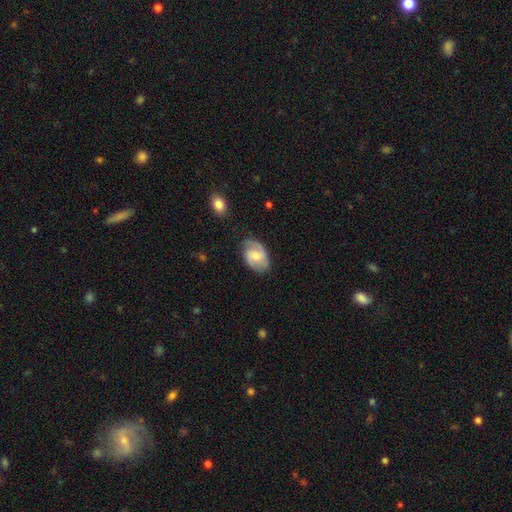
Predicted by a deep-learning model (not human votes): Smooth or featured: featured or disk — 62% (smooth — 31%)
Edge-on disk: no — 96% (yes — 4%)
Bar: no — 46% (tied with weak — 46%)
Spiral arms: yes — 89% (no — 11%)
Spiral winding: medium — 47% (tight — 31%)
Spiral arm count: 2 — 76% (can't tell — 12%)
Bulge size: moderate — 58% (small — 34%)
Merging: none — 71% (minor disturbance — 21%)